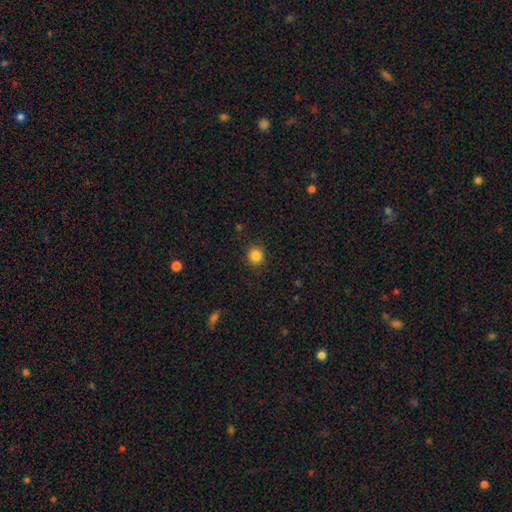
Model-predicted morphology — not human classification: The model was most divided on "smooth or featured": smooth: 85%, star or artifact: 11%, featured or disk: 4%. More confident: how rounded — round (90%); merging — none (90%).